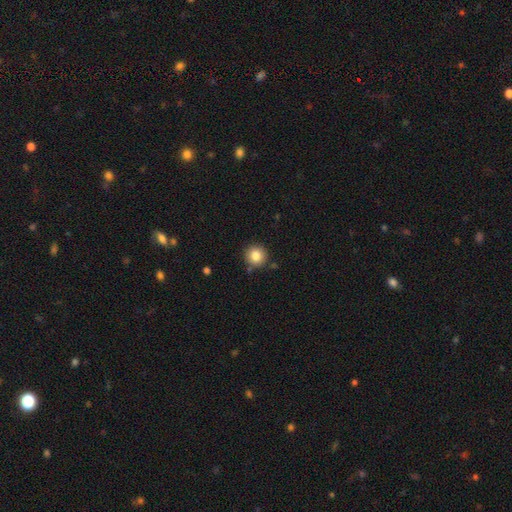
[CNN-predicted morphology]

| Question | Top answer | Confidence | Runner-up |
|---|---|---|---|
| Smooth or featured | smooth | 84% | star or artifact (10%) |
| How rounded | round | 94% | in between (5%) |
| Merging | none | 85% | minor disturbance (9%) |